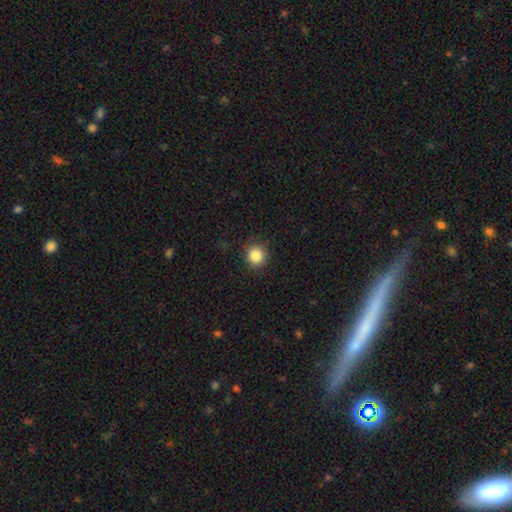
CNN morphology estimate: Overall: smooth (86%). How rounded: round (92%). Merging: none (89%).